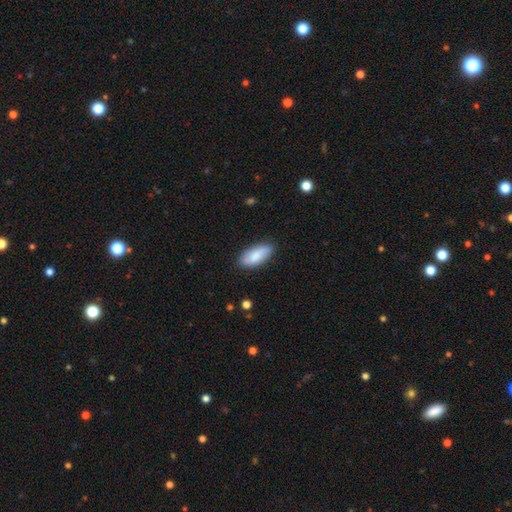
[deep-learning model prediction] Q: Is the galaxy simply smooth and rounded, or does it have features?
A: smooth — 79%.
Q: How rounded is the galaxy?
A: in between — 86%.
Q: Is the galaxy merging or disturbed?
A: none — 82%.